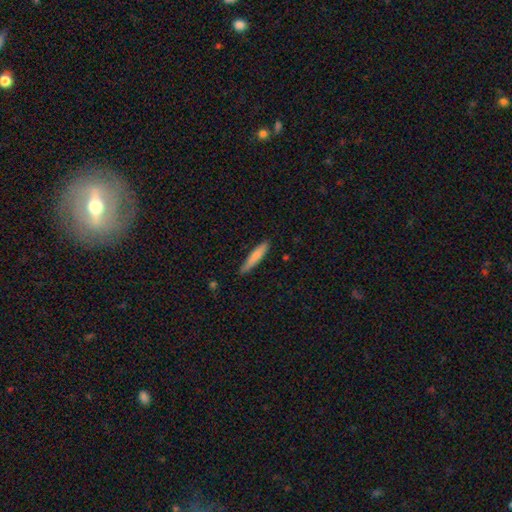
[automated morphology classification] A smooth galaxy with no disk features (79%) that is cigar-shaped (88%).

Vote fractions:
- Smooth or featured? smooth: 79% / featured or disk: 16% / star or artifact: 6%
- How rounded? cigar-shaped: 88% / in between: 11% / round: 1%
- Merging? none: 83% / minor disturbance: 14% / major disturbance: 2% / merger: 1%